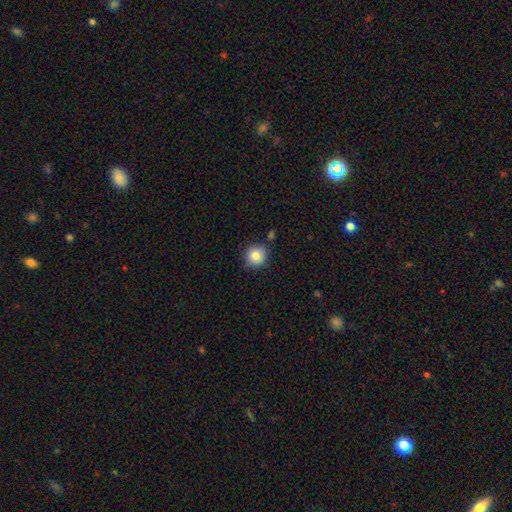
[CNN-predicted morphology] Smooth or featured?
  - smooth: 84% *
  - star or artifact: 10%
  - featured or disk: 7%
How rounded?
  - round: 93% *
  - in between: 6%
  - cigar-shaped: 1%
Merging?
  - none: 81% *
  - minor disturbance: 11%
  - merger: 5%
  - major disturbance: 2%